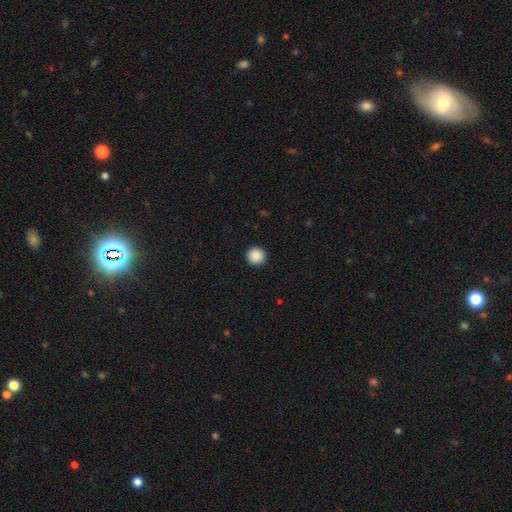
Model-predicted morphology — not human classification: This appears to be a smooth galaxy with no disk features (89%) that is round (95%). Merging: none (93%).